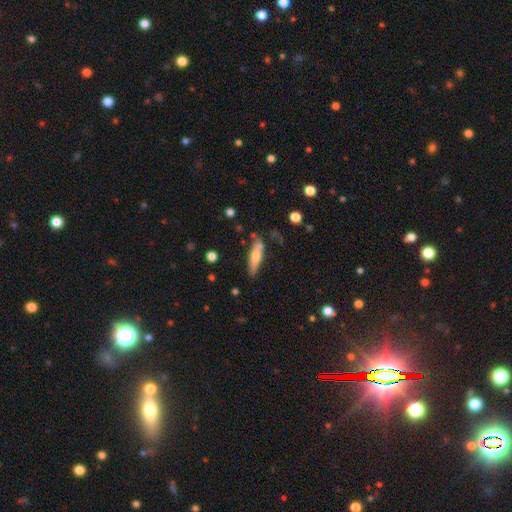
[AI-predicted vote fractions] Smooth or featured?
  - smooth: 58% *
  - featured or disk: 36%
  - star or artifact: 6%
How rounded?
  - cigar-shaped: 75% *
  - in between: 23%
  - round: 2%
Merging?
  - none: 70% *
  - minor disturbance: 18%
  - merger: 7%
  - major disturbance: 4%